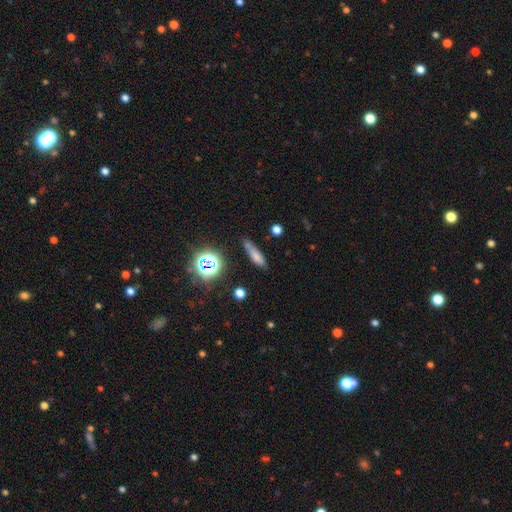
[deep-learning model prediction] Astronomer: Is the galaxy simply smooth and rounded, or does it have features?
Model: smooth — 68%.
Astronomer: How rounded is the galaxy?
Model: cigar-shaped — 66%.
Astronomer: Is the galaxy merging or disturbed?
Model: none — 63%.